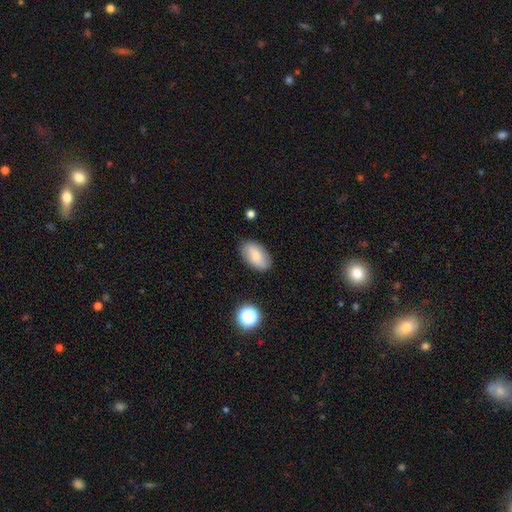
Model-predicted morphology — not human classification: Smooth or featured? smooth (77%)
How rounded? in between (93%)
Merging? none (85%)